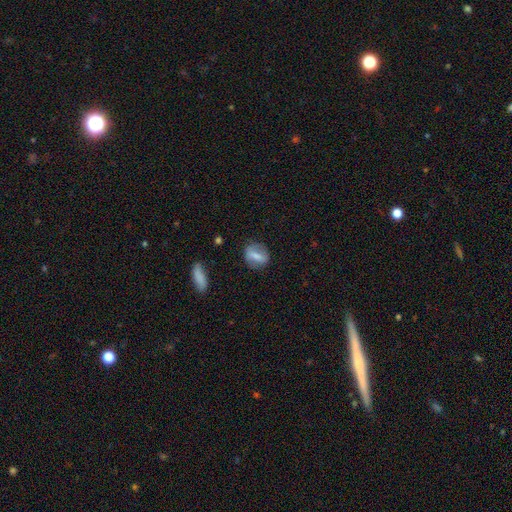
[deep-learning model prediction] Q: Smooth or featured?
A: smooth (60%); runner-up: featured or disk (32%)
Q: How rounded?
A: in between (60%); runner-up: round (33%)
Q: Merging?
A: none (74%); runner-up: minor disturbance (18%)